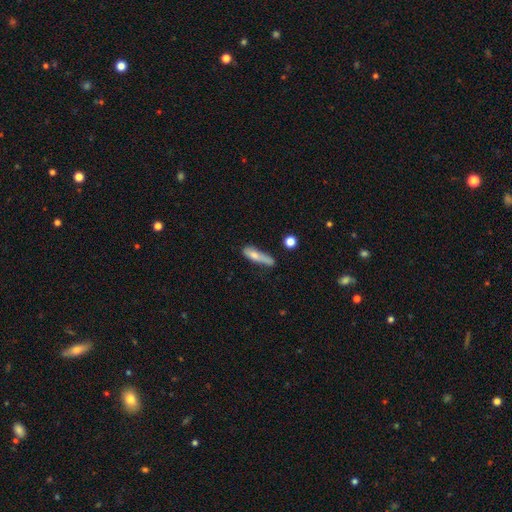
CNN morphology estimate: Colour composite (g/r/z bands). It shows a smooth galaxy with no disk features (69%) that is cigar-shaped (70%). Merging: none (41%).